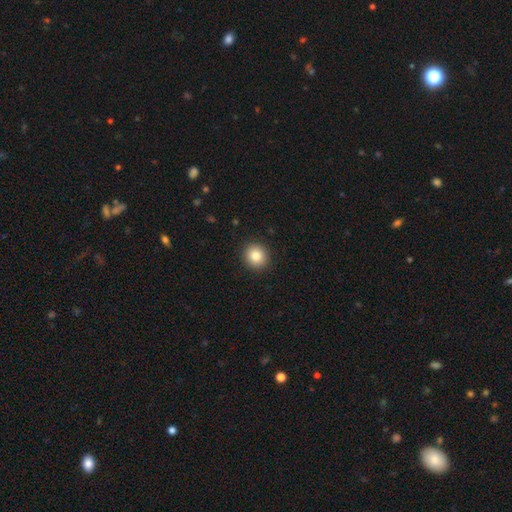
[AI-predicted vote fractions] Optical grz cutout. It shows a smooth galaxy with no disk features (84%) that is round (90%). Merging: none (91%).